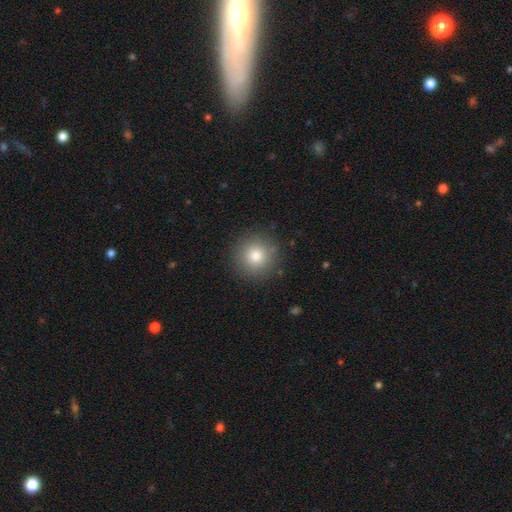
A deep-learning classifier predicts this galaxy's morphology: A smooth galaxy with no disk features (79%) that is round (95%).

Vote fractions:
- Smooth or featured? smooth: 79% / star or artifact: 12% / featured or disk: 9%
- How rounded? round: 95% / in between: 4% / cigar-shaped: 1%
- Merging? none: 89% / minor disturbance: 7% / major disturbance: 3% / merger: 1%